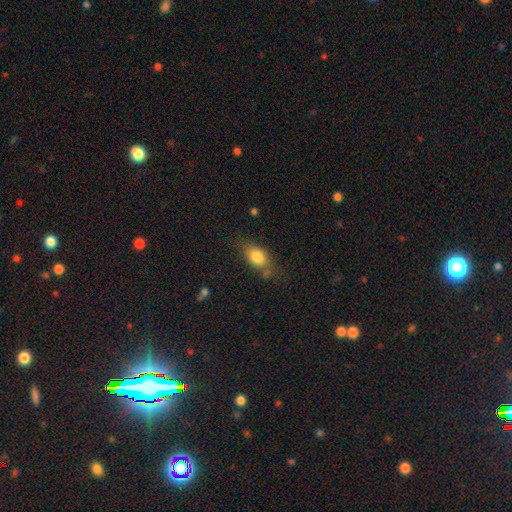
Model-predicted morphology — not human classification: The model was most divided on "merging": none: 62%, minor disturbance: 23%, major disturbance: 8%, merger: 7%. More confident: smooth or featured — smooth (81%); how rounded — in between (79%).